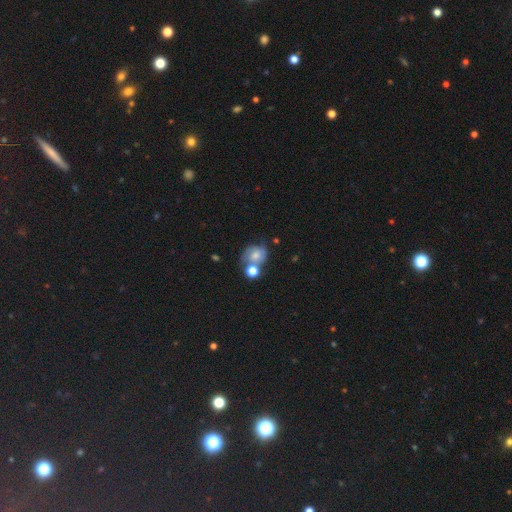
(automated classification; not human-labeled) Smooth or featured? smooth (58%)
How rounded? round (67%)
Merging? none (42%)